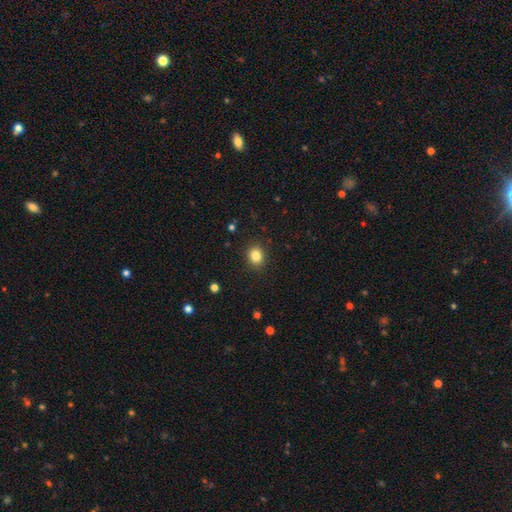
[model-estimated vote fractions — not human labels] Q: Smooth or featured?
A: smooth (83%); runner-up: star or artifact (11%)
Q: How rounded?
A: round (65%); runner-up: in between (35%)
Q: Merging?
A: none (89%); runner-up: minor disturbance (7%)